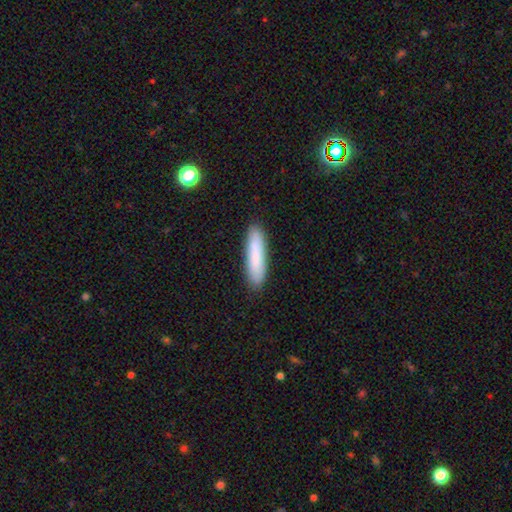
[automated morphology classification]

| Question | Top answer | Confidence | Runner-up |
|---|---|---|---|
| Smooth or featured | smooth | 83% | featured or disk (10%) |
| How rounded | cigar-shaped | 82% | in between (16%) |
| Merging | none | 89% | minor disturbance (8%) |